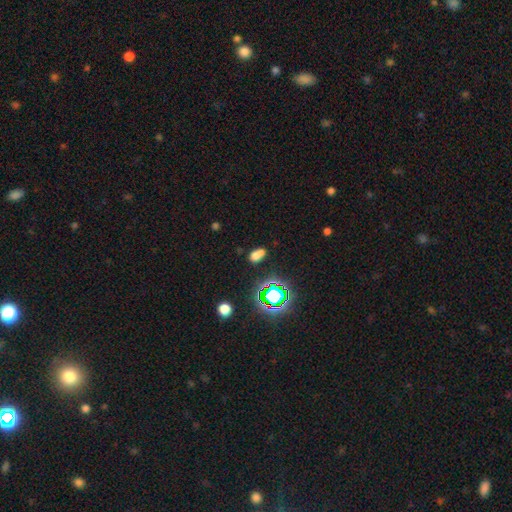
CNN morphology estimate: Smooth or featured?
  - smooth: 66% *
  - star or artifact: 24%
  - featured or disk: 10%
How rounded?
  - in between: 84% *
  - round: 12%
  - cigar-shaped: 4%
Merging?
  - none: 61% *
  - minor disturbance: 18%
  - merger: 14%
  - major disturbance: 7%